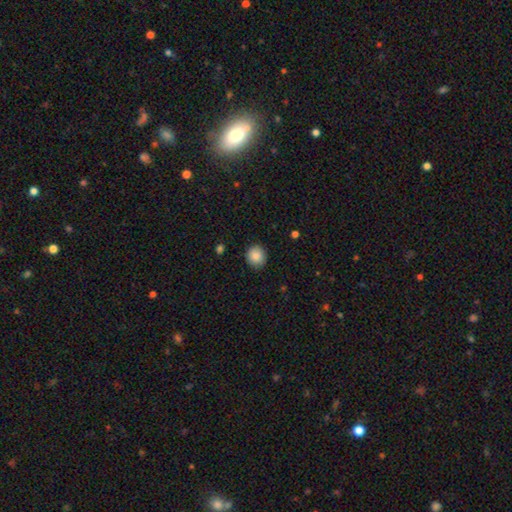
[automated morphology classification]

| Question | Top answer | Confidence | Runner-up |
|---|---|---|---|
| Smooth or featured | smooth | 87% | star or artifact (8%) |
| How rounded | round | 82% | in between (17%) |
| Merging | none | 88% | minor disturbance (9%) |